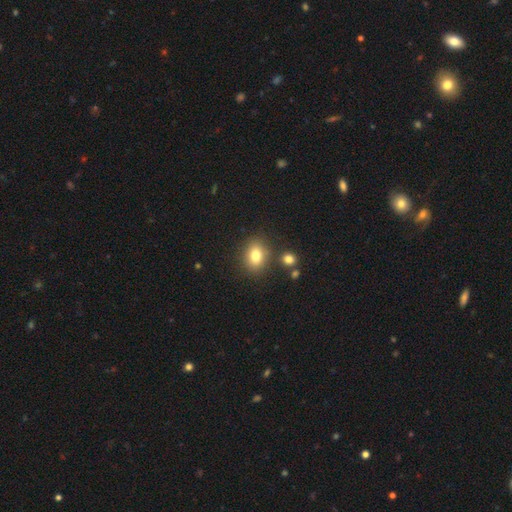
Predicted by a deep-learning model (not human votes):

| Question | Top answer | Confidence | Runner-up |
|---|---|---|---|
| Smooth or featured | smooth | 80% | star or artifact (11%) |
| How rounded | in between | 62% | round (37%) |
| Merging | none | 80% | minor disturbance (10%) |